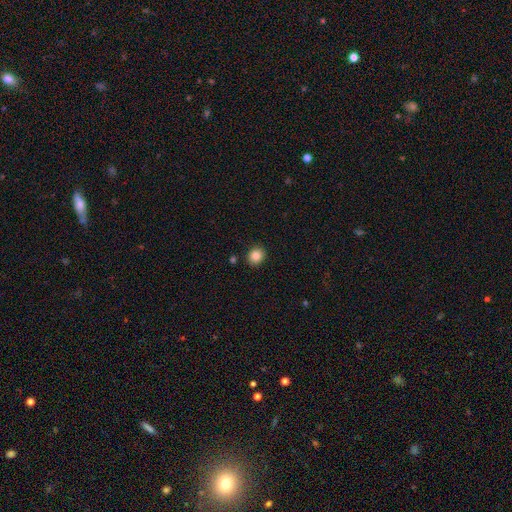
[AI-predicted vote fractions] Q: Smooth or featured?
A: smooth (85%); runner-up: star or artifact (10%)
Q: How rounded?
A: round (75%); runner-up: in between (24%)
Q: Merging?
A: none (90%); runner-up: minor disturbance (6%)